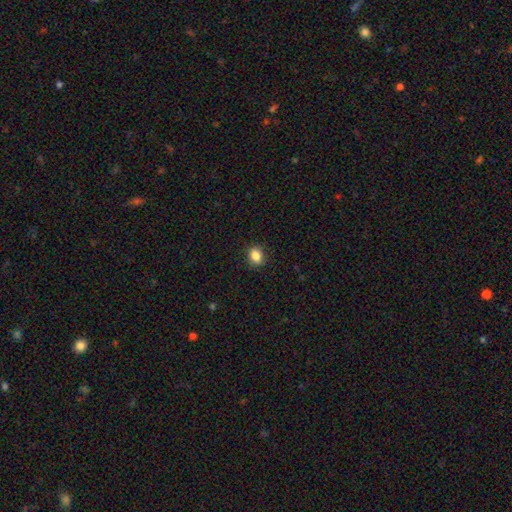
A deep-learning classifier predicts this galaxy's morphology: This is clearly a smooth galaxy (85%). How rounded: possibly round (53%). Merging: clearly none (89%).